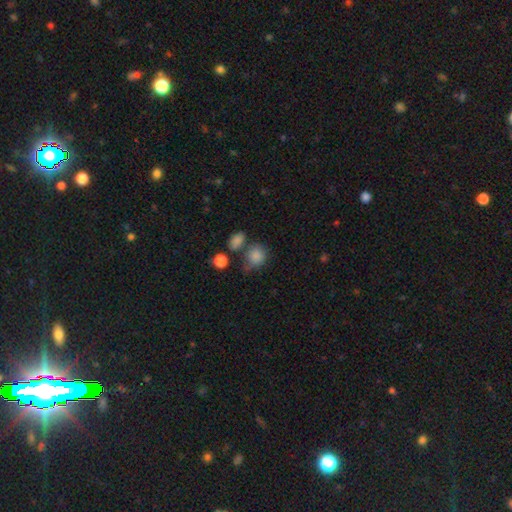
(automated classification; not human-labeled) smooth 84%, star or artifact 10%, featured or disk 6%. Down the decision tree: how rounded — round (73%); merging — none (52%).